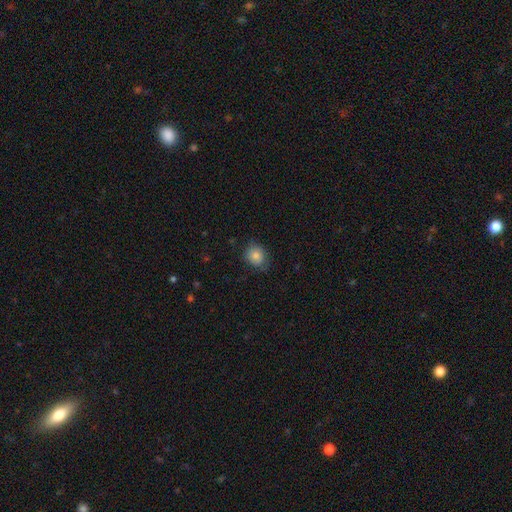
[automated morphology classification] Smooth or featured?
  - smooth: 79% *
  - featured or disk: 12%
  - star or artifact: 8%
How rounded?
  - round: 66% *
  - in between: 33%
  - cigar-shaped: 1%
Merging?
  - none: 69% *
  - minor disturbance: 23%
  - major disturbance: 7%
  - merger: 1%